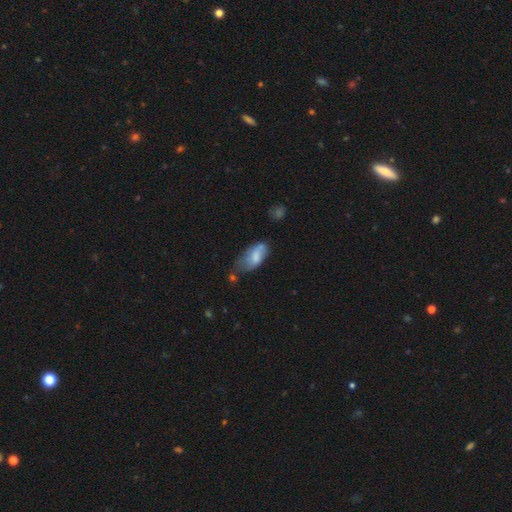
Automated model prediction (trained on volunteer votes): A smooth galaxy with no disk features (67%) that is in between round and cigar-shaped (88%). Merging: minor disturbance (37%).